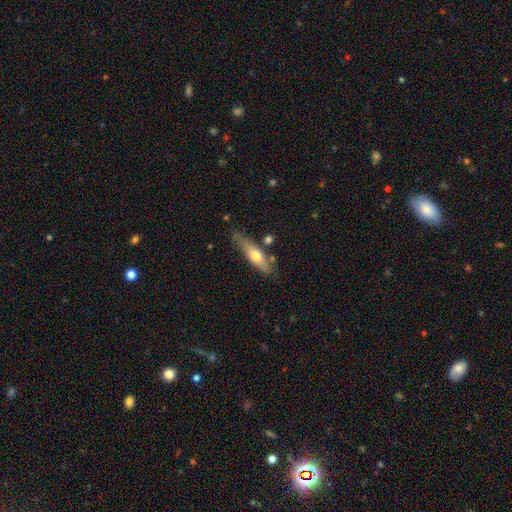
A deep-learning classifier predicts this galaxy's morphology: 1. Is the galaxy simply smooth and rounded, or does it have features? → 52% smooth, 42% featured or disk, 6% star or artifact.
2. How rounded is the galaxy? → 71% cigar-shaped, 27% in between, 2% round.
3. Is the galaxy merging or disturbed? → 68% none, 20% minor disturbance, 7% merger, 5% major disturbance.